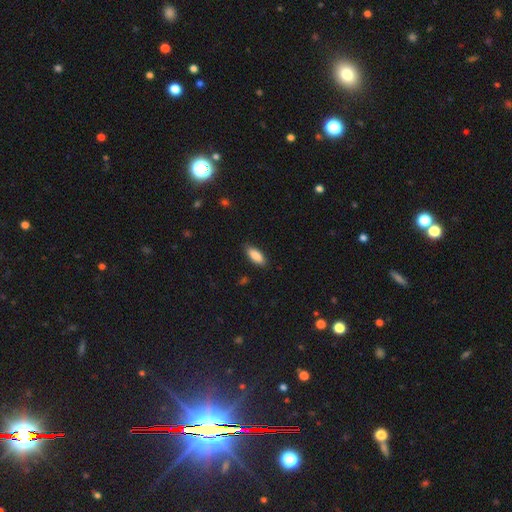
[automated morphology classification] Q: Smooth or featured?
A: smooth (87%); runner-up: featured or disk (6%)
Q: How rounded?
A: in between (79%); runner-up: cigar-shaped (20%)
Q: Merging?
A: none (85%); runner-up: minor disturbance (11%)